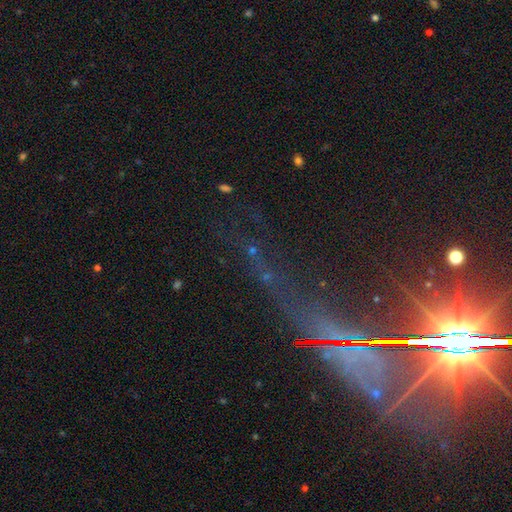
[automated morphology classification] This appears to be a star or artifact, not a galaxy (73%).